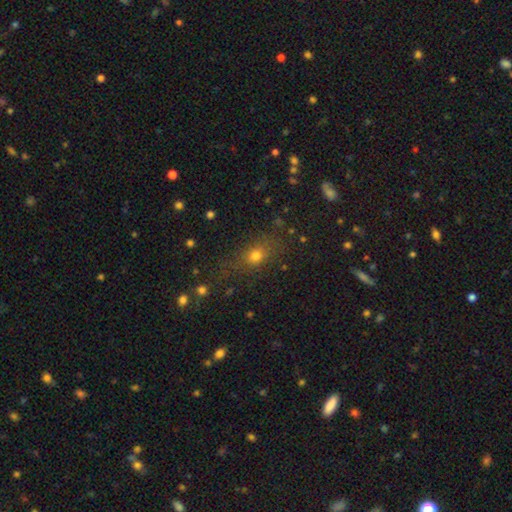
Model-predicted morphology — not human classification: A smooth galaxy with no disk features (68%) that is in between round and cigar-shaped (47%).

Vote fractions:
- Smooth or featured? smooth: 68% / star or artifact: 20% / featured or disk: 13%
- How rounded? in between: 47% / round: 42% / cigar-shaped: 11%
- Merging? none: 70% / minor disturbance: 16% / major disturbance: 9% / merger: 4%